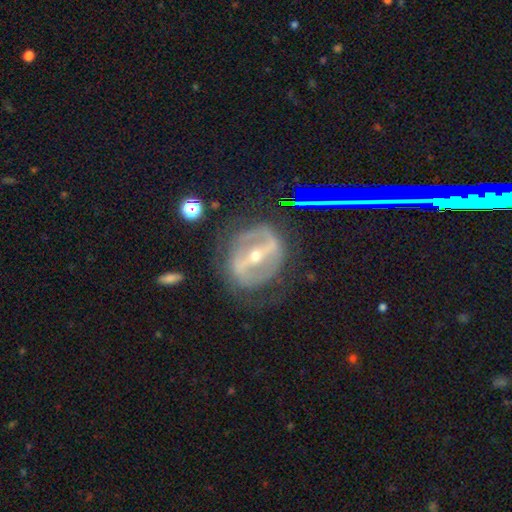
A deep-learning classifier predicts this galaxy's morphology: This appears to be a featured or disk galaxy (84%) with a strong bar (77%), 2 (79%) medium (42%) spiral arms (67%) and a small central bulge (57%). Merging: none (69%).